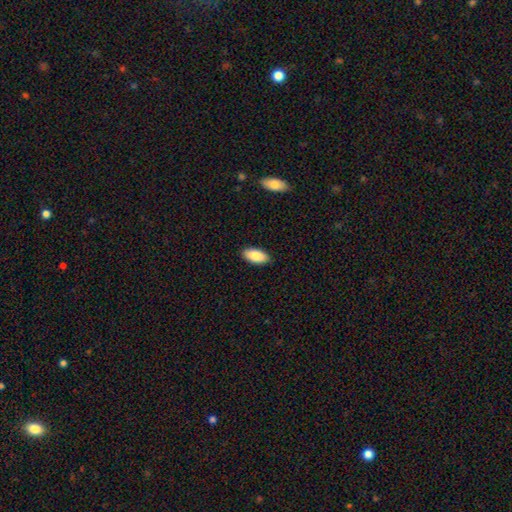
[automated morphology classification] A smooth galaxy with no disk features (87%) that is in between round and cigar-shaped (92%).

Vote fractions:
- Smooth or featured? smooth: 87% / featured or disk: 6% / star or artifact: 6%
- How rounded? in between: 92% / cigar-shaped: 6% / round: 2%
- Merging? none: 90% / minor disturbance: 8% / major disturbance: 2% / merger: 1%